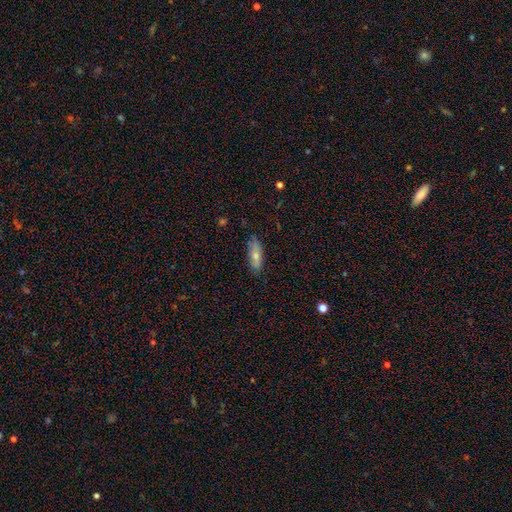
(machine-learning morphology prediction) Smooth or featured? smooth (73%)
How rounded? in between (65%)
Merging? none (77%)